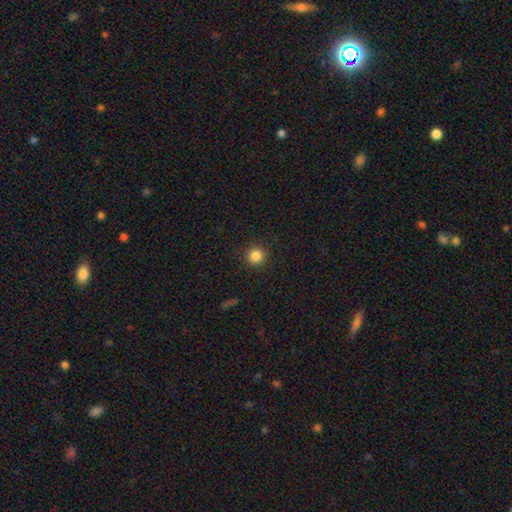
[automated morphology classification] Smooth or featured?
  - smooth: 84% *
  - star or artifact: 11%
  - featured or disk: 4%
How rounded?
  - round: 94% *
  - in between: 5%
  - cigar-shaped: 1%
Merging?
  - none: 92% *
  - minor disturbance: 5%
  - major disturbance: 2%
  - merger: 1%